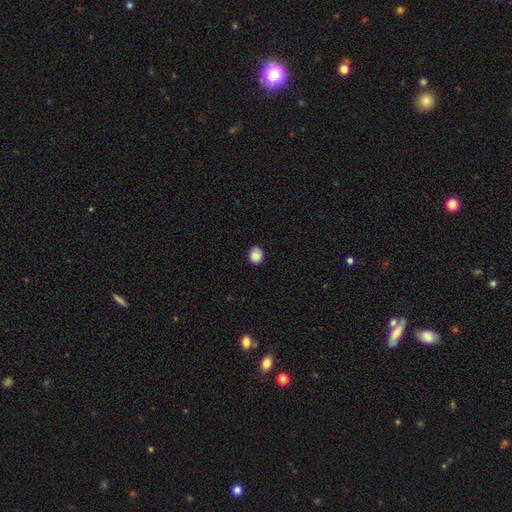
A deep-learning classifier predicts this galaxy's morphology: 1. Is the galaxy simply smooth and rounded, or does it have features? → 85% smooth, 9% star or artifact, 6% featured or disk.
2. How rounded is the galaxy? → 74% round, 25% in between, 1% cigar-shaped.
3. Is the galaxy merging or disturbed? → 81% none, 15% minor disturbance, 3% major disturbance, 1% merger.